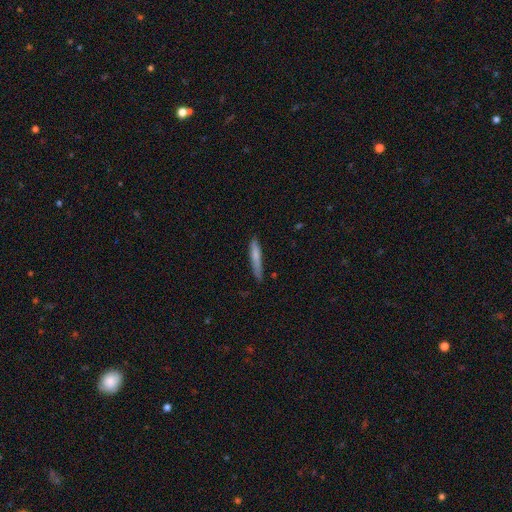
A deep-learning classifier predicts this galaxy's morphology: A smooth galaxy with no disk features (71%) that is cigar-shaped (93%).

Vote fractions:
- Smooth or featured? smooth: 71% / featured or disk: 23% / star or artifact: 6%
- How rounded? cigar-shaped: 93% / in between: 6% / round: 1%
- Merging? none: 75% / minor disturbance: 20% / major disturbance: 3% / merger: 2%